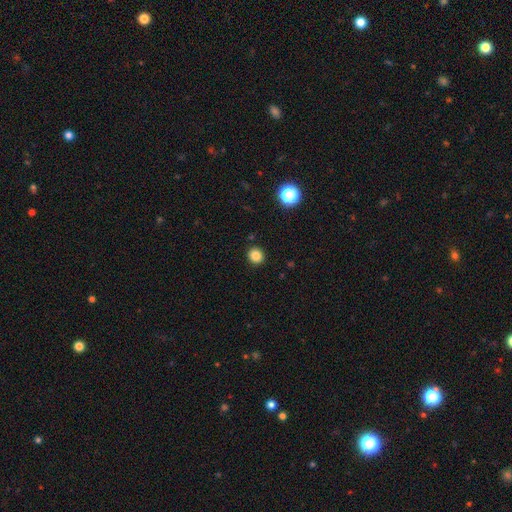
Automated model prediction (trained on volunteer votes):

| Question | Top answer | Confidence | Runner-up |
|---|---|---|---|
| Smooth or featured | smooth | 84% | star or artifact (12%) |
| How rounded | round | 83% | in between (16%) |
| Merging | none | 91% | minor disturbance (6%) |